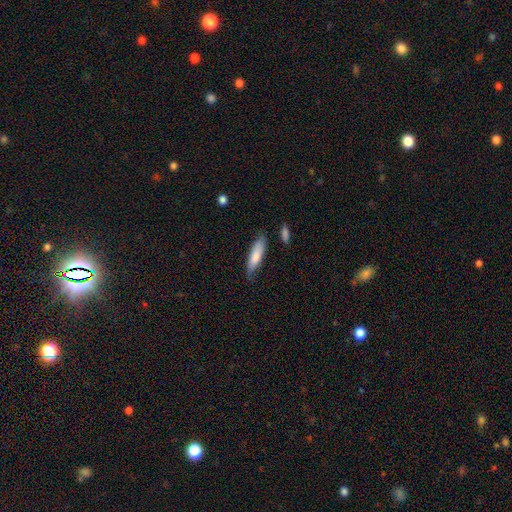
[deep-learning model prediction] This is clearly a smooth galaxy (80%). How rounded: likely cigar-shaped (61%). Merging: likely none (69%).